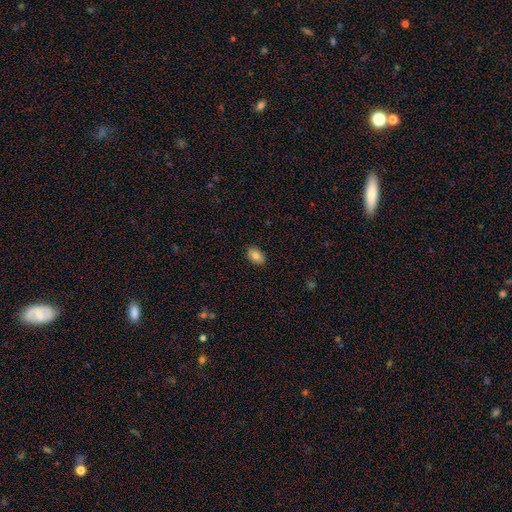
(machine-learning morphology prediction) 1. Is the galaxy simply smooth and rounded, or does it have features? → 81% smooth, 11% featured or disk, 7% star or artifact.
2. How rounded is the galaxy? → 90% in between, 8% round, 2% cigar-shaped.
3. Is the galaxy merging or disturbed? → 88% none, 9% minor disturbance, 2% major disturbance, 1% merger.